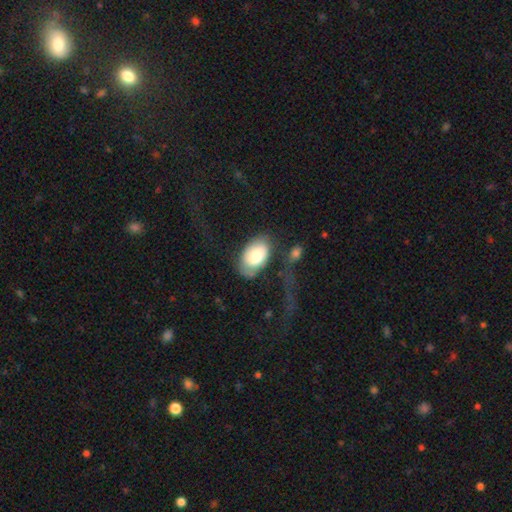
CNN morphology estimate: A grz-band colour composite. It shows a smooth galaxy with no disk features (70%) that is in between round and cigar-shaped (92%). Merging: none (40%).